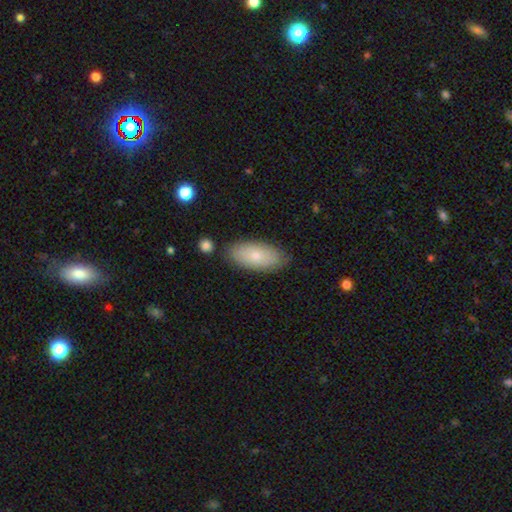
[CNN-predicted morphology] This is likely a smooth galaxy (74%). How rounded: clearly in between (91%). Merging: clearly none (81%).